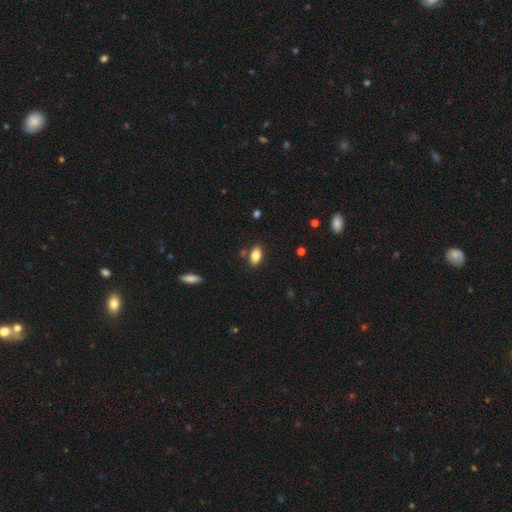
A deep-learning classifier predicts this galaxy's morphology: smooth_or_featured: smooth (p=0.81) [alt: featured or disk p=0.11]
how_rounded: in between (p=0.91) [alt: cigar-shaped p=0.05]
merging: none (p=0.83) [alt: minor disturbance p=0.10]